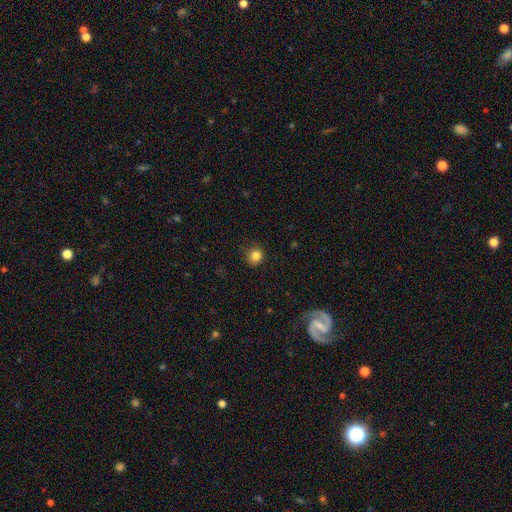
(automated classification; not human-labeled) Morphology: type=smooth (83%); roundness=round (80%); merging=none (80%).